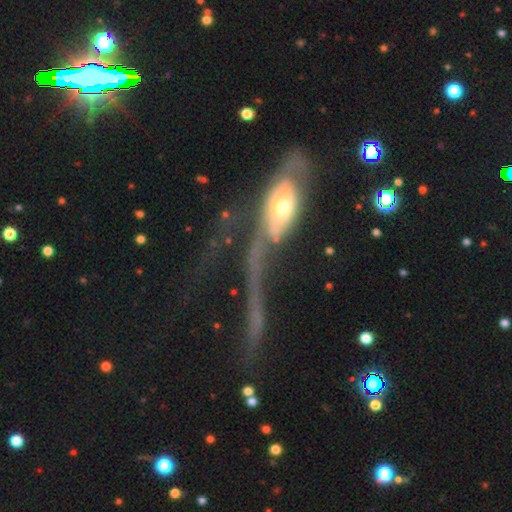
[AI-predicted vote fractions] A featured or disk galaxy (65%) with no bar (78%), no spiral arms (53%) and a moderate central bulge (63%).

Vote fractions:
- Smooth or featured? featured or disk: 65% / smooth: 27% / star or artifact: 8%
- Edge-on disk? no: 77% / yes: 23%
- Bar? no: 78% / weak: 15% / strong: 7%
- Spiral arms? no: 53% / yes: 47%
- Bulge size? moderate: 63% / small: 22% / large: 11% / dominant: 2% / none: 2%
- Merging? major disturbance: 62% / none: 18% / minor disturbance: 11% / merger: 8%